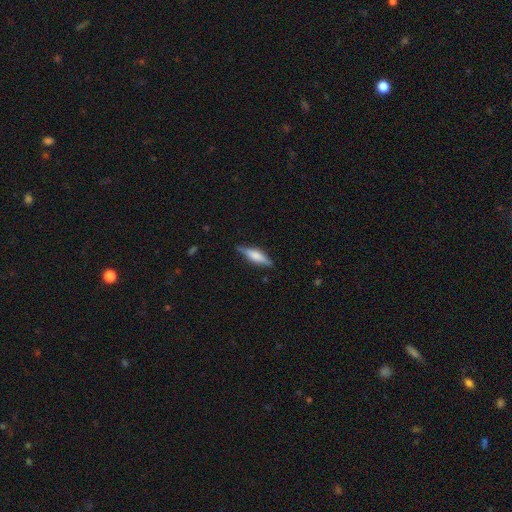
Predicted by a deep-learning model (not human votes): Q: Smooth or featured?
A: smooth (52%); runner-up: featured or disk (41%)
Q: How rounded?
A: cigar-shaped (63%); runner-up: in between (35%)
Q: Merging?
A: none (82%); runner-up: minor disturbance (14%)